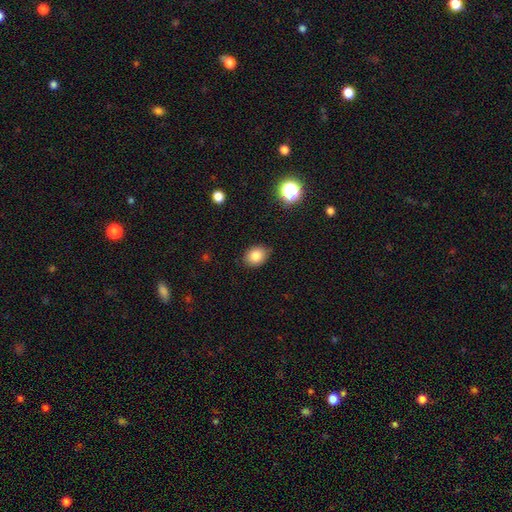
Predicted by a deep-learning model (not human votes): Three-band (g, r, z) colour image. It shows a smooth galaxy with no disk features (83%) that is in between round and cigar-shaped (57%). Merging: none (85%).